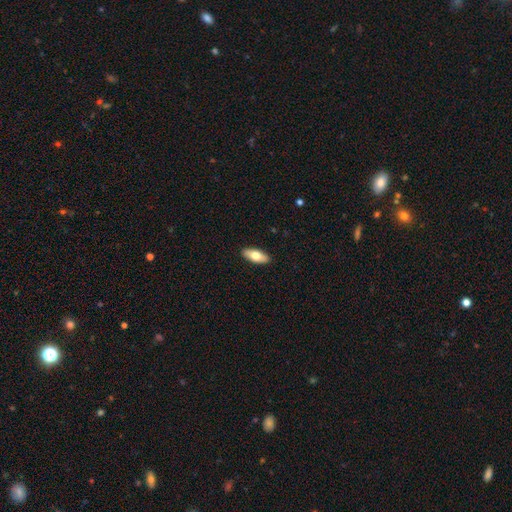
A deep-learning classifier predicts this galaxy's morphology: A smooth galaxy with no disk features (72%) that is in between round and cigar-shaped (82%). Merging: none (91%).